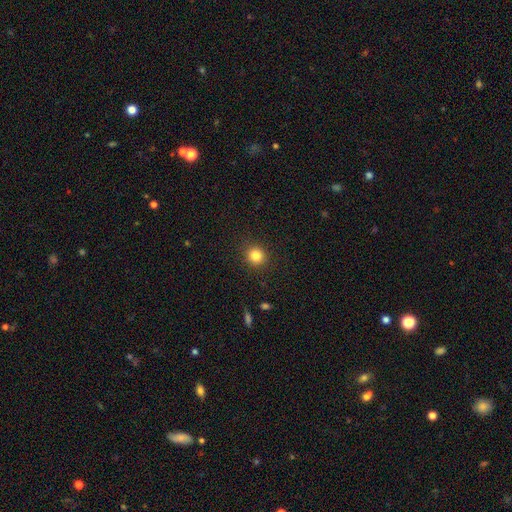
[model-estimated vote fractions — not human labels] A smooth galaxy with no disk features (83%) that is round (90%).

Vote fractions:
- Smooth or featured? smooth: 83% / star or artifact: 12% / featured or disk: 6%
- How rounded? round: 90% / in between: 9% / cigar-shaped: 1%
- Merging? none: 90% / minor disturbance: 6% / major disturbance: 2% / merger: 1%